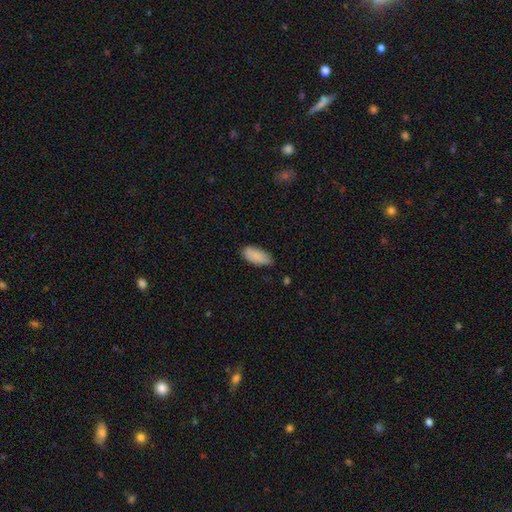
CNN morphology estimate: The model was most divided on "merging": none: 72%, minor disturbance: 23%, major disturbance: 4%, merger: 1%. More confident: how rounded — in between (89%); smooth or featured — smooth (87%).